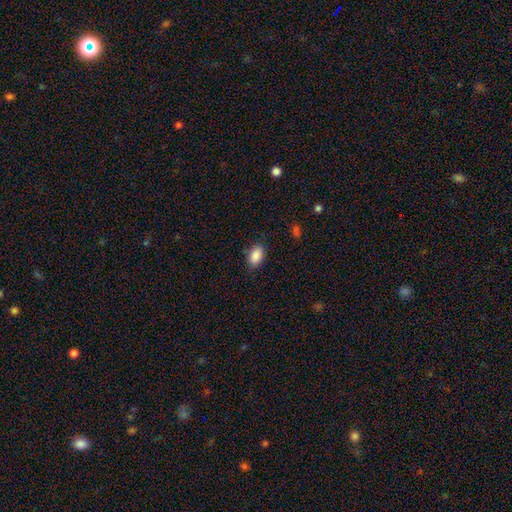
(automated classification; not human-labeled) The model was most divided on "merging": none: 83%, minor disturbance: 13%, major disturbance: 3%, merger: 1%. More confident: how rounded — in between (91%); smooth or featured — smooth (89%).